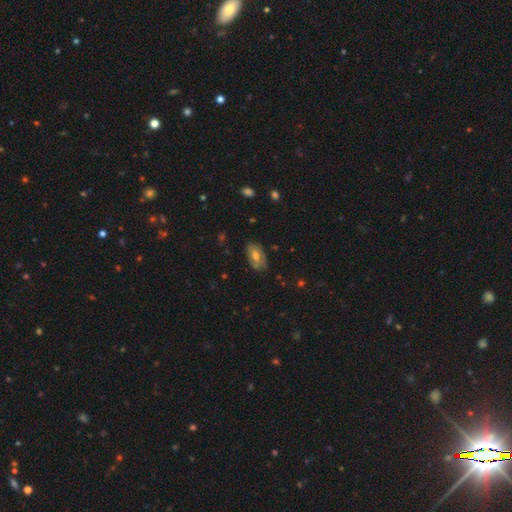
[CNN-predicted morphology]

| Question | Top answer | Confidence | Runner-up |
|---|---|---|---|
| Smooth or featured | smooth | 50% | featured or disk (40%) |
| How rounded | in between | 89% | round (7%) |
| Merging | none | 69% | minor disturbance (24%) |